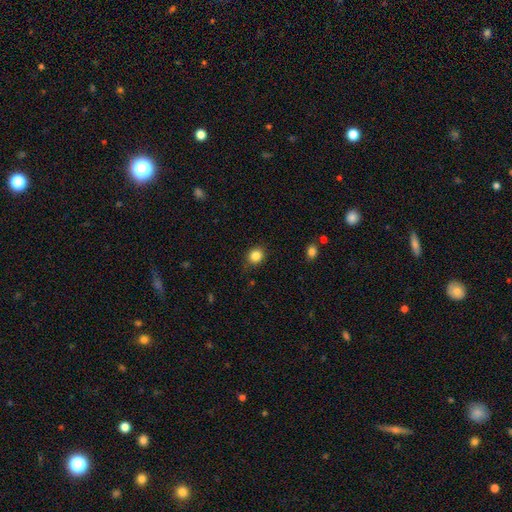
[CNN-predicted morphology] smooth 84%, star or artifact 11%, featured or disk 5%. Down the decision tree: how rounded — round (79%); merging — none (82%).